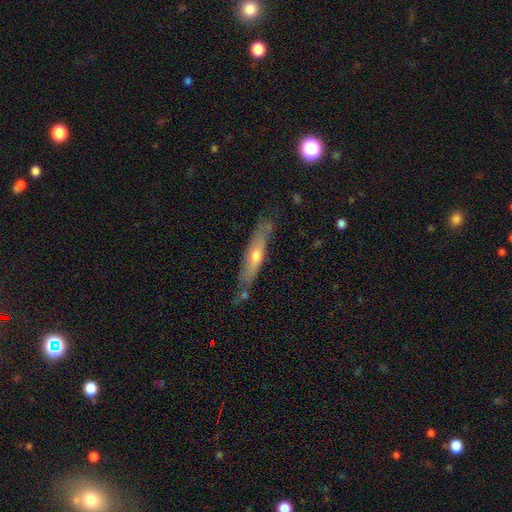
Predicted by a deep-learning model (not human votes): Smooth or featured? Predicted: featured or disk (p=0.54). Edge-on disk? Predicted: yes (p=0.75). Merging? Predicted: none (p=0.71).